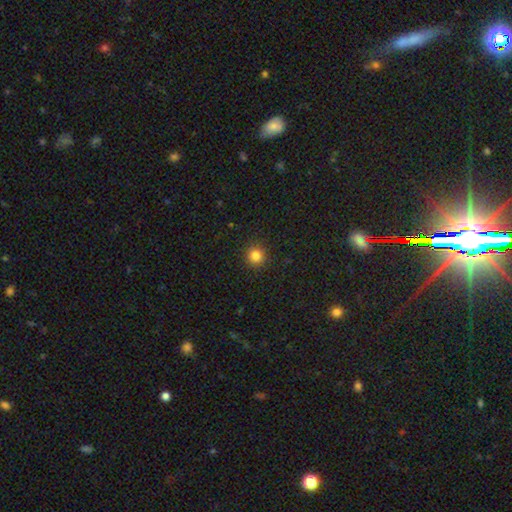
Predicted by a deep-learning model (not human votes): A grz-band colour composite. It shows a smooth galaxy with no disk features (83%) that is round (93%). Merging: none (92%).